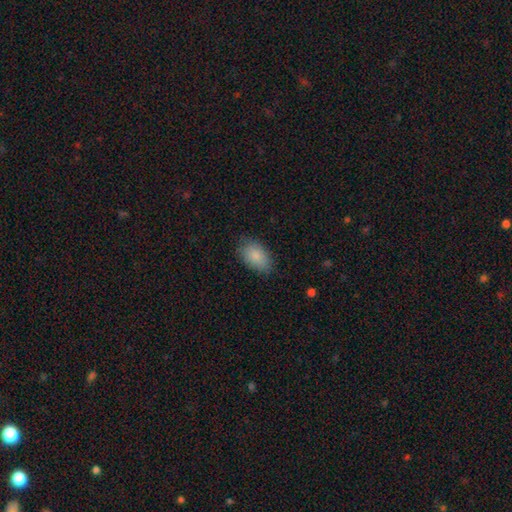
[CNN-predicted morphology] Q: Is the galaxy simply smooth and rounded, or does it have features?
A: smooth — 87%.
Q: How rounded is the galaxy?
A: in between — 92%.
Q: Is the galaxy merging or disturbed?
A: none — 79%.